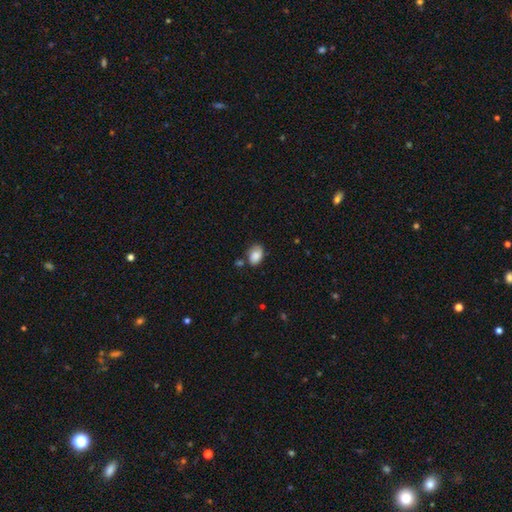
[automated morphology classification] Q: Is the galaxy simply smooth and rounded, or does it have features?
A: smooth — 74%.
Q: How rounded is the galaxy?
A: in between — 82%.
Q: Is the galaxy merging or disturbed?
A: none — 58%.